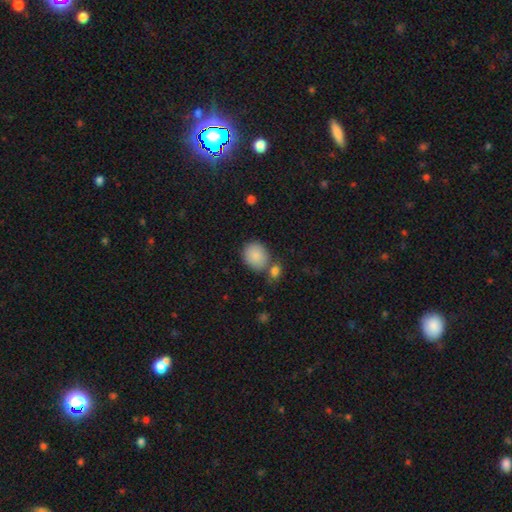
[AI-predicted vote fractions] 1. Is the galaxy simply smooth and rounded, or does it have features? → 87% smooth, 7% star or artifact, 6% featured or disk.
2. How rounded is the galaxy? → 60% round, 39% in between, 1% cigar-shaped.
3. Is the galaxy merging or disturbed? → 64% none, 20% merger, 13% minor disturbance, 4% major disturbance.